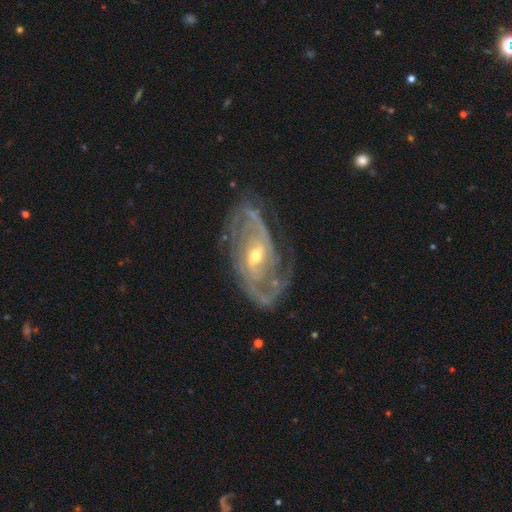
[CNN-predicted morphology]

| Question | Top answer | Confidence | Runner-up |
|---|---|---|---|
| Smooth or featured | featured or disk | 90% | star or artifact (5%) |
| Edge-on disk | no | 95% | yes (5%) |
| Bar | weak | 43% | no (40%) |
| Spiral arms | yes | 96% | no (4%) |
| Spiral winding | tight | 45% | medium (41%) |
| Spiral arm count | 2 | 54% | can't tell (19%) |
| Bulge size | small | 50% | moderate (47%) |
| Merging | none | 69% | minor disturbance (19%) |